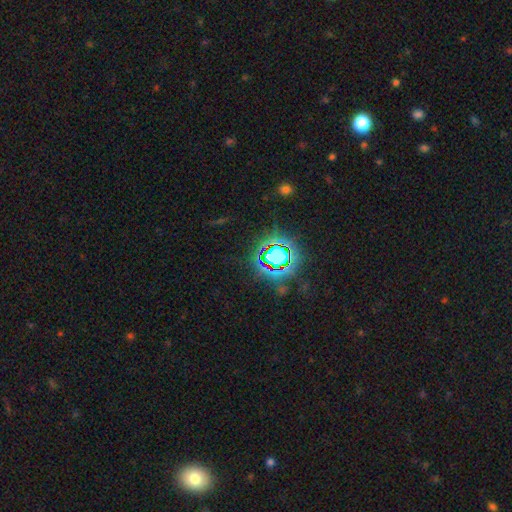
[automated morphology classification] star or artifact 78%, smooth 13%, featured or disk 9%.